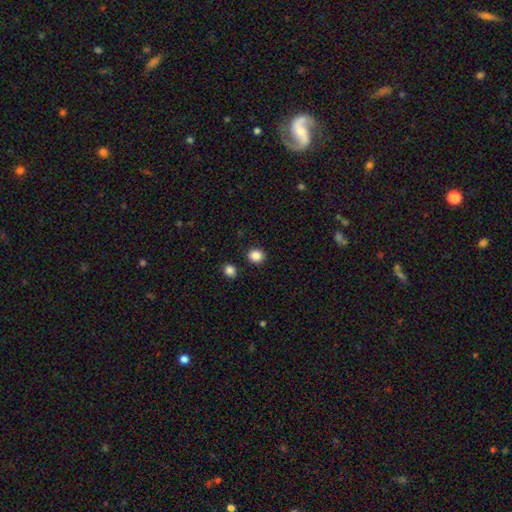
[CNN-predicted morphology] A smooth galaxy with no disk features (87%) that is round (82%). Merging: none (89%).